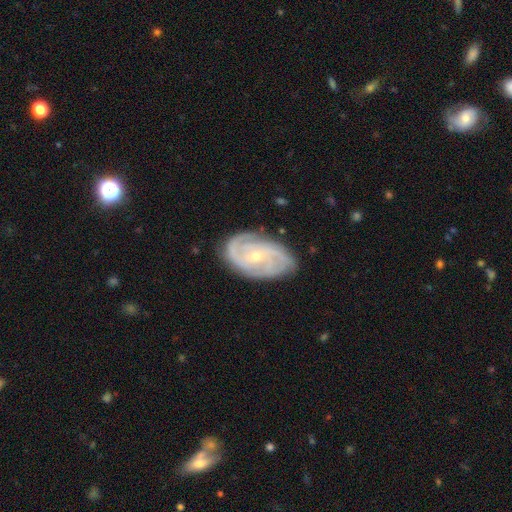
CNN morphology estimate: smooth_or_featured: featured or disk (p=0.87) [alt: smooth p=0.08]
disk_edge_on: no (p=0.97) [alt: yes p=0.03]
bar: no (p=0.62) [alt: weak p=0.30]
has_spiral_arms: yes (p=0.97) [alt: no p=0.03]
spiral_winding: tight (p=0.60) [alt: medium p=0.33]
spiral_arm_count: 3 (p=0.35) [alt: 2 p=0.22]
bulge_size: small (p=0.69) [alt: moderate p=0.28]
merging: none (p=0.77) [alt: minor disturbance p=0.18]